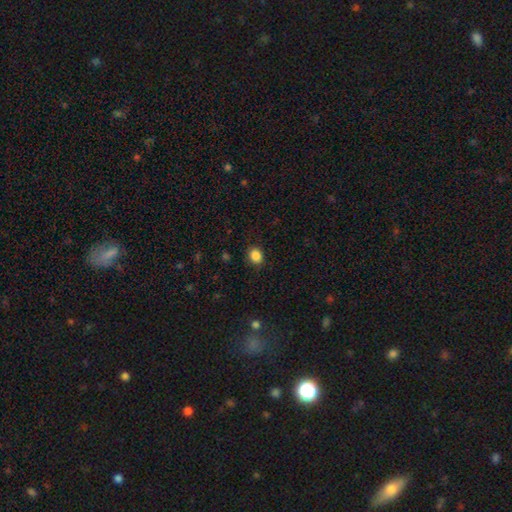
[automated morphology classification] Q: Smooth or featured?
A: smooth (86%); runner-up: star or artifact (10%)
Q: How rounded?
A: round (58%); runner-up: in between (41%)
Q: Merging?
A: none (88%); runner-up: minor disturbance (9%)